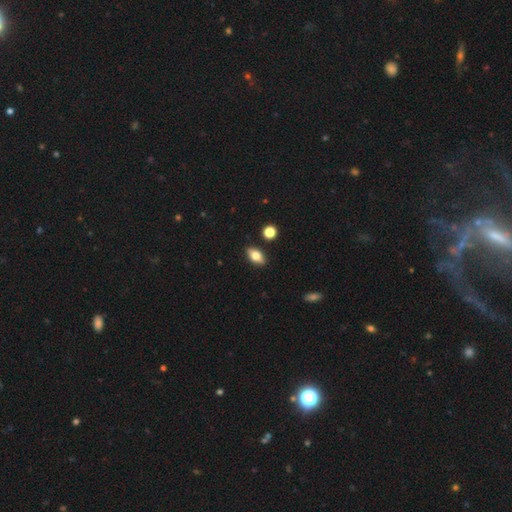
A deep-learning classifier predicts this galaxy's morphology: Q: Smooth or featured?
A: smooth (71%); runner-up: featured or disk (20%)
Q: How rounded?
A: in between (85%); runner-up: cigar-shaped (8%)
Q: Merging?
A: none (87%); runner-up: minor disturbance (9%)